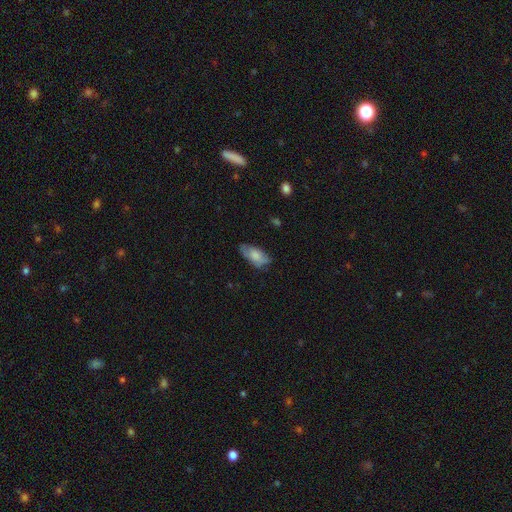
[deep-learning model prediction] A smooth galaxy with no disk features (72%) that is in between round and cigar-shaped (88%). Merging: none (61%).